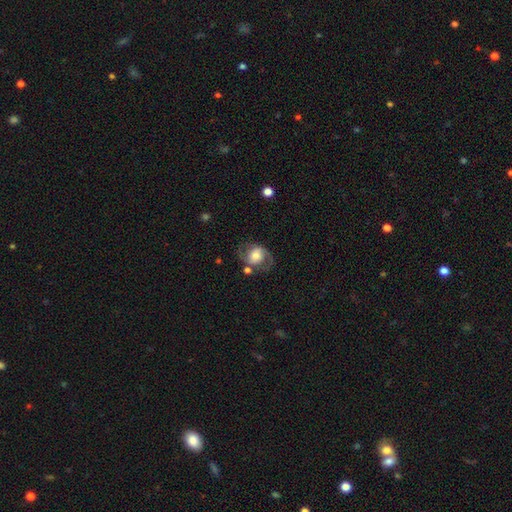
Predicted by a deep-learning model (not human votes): smooth-or-featured: featured or disk: 63% | smooth: 30% | star or artifact: 8%
  disk-edge-on: no: 96% | yes: 4%
    bar: no: 58% | weak: 30% | strong: 11%
    has-spiral-arms: yes: 81% | no: 19%
    bulge-size: moderate: 50% | large: 23% | small: 20% | dominant: 4% | none: 3%
  merging: none: 64% | minor disturbance: 17% | major disturbance: 13% | merger: 7%